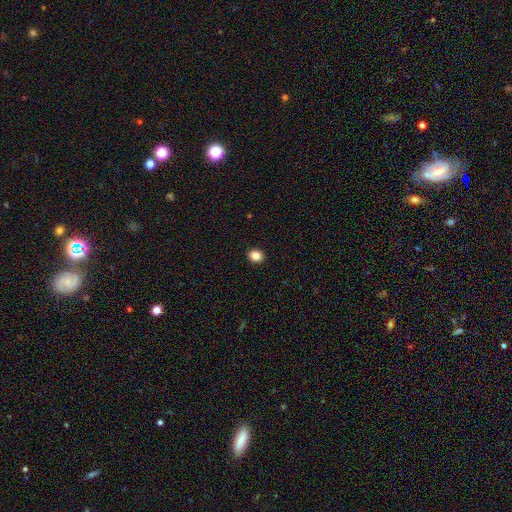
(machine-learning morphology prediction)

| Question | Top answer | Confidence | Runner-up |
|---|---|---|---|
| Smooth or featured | smooth | 86% | star or artifact (10%) |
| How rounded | round | 60% | in between (39%) |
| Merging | none | 92% | minor disturbance (5%) |